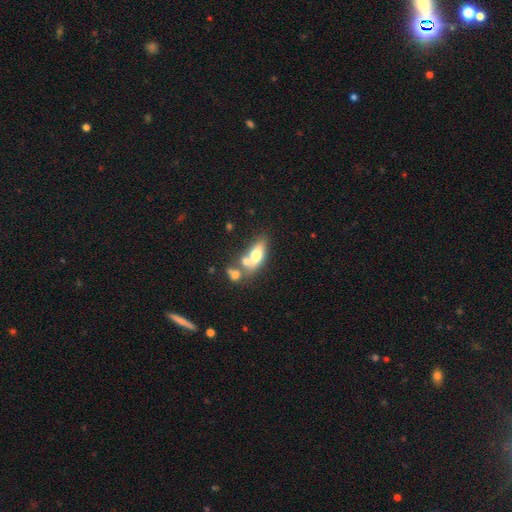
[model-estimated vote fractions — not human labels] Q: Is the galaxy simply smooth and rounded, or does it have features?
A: smooth — 62%.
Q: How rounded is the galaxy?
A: in between — 72%.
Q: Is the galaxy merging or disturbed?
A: merger — 42%.